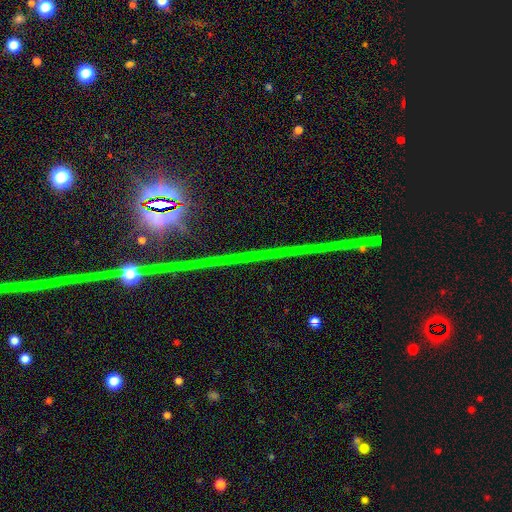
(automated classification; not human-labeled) Q: Smooth or featured?
A: star or artifact (84%); runner-up: featured or disk (9%)